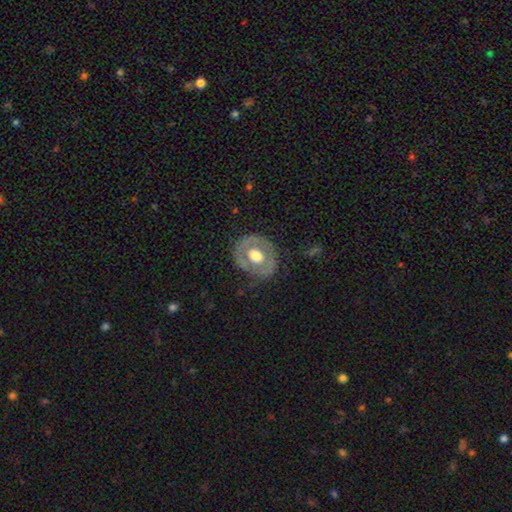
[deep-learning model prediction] featured or disk 54%, smooth 41%, star or artifact 6%. Down the decision tree: edge-on disk — no (95%); bar — no (86%); spiral arms — no (85%); bulge size — moderate (50%); merging — none (73%).